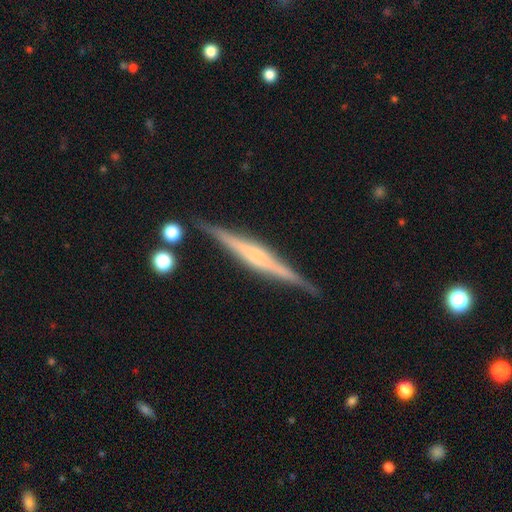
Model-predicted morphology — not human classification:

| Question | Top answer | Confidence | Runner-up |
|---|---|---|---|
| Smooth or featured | featured or disk | 77% | smooth (17%) |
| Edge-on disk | yes | 98% | no (2%) |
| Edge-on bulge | rounded | 47% | boxy (35%) |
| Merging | none | 87% | minor disturbance (9%) |